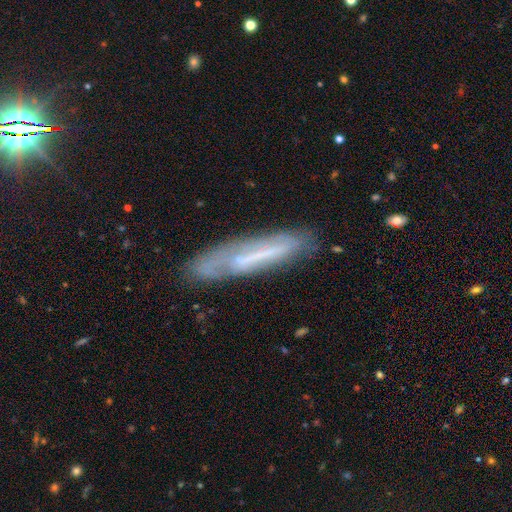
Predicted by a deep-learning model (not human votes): This appears to be a featured or disk galaxy (57%) viewed edge-on (54%). Merging: none (73%).